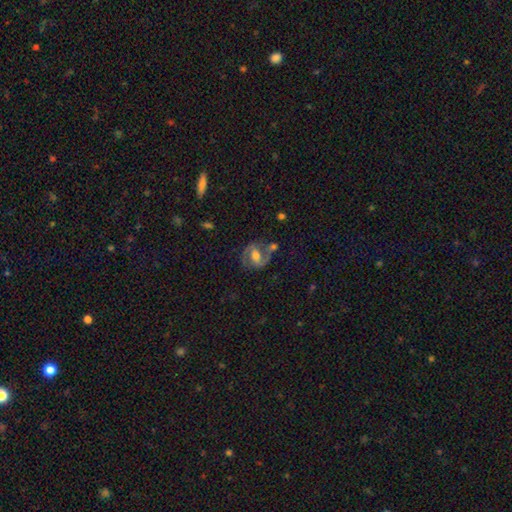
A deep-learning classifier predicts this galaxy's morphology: Smooth or featured? Predicted: featured or disk (p=0.77). Edge-on disk? Predicted: no (p=0.97). Bar? Predicted: weak (p=0.43). Spiral arms? Predicted: yes (p=0.90). Spiral winding? Predicted: medium (p=0.55). Spiral arm count? Predicted: 2 (p=0.87). Bulge size? Predicted: moderate (p=0.66). Merging? Predicted: none (p=0.61).